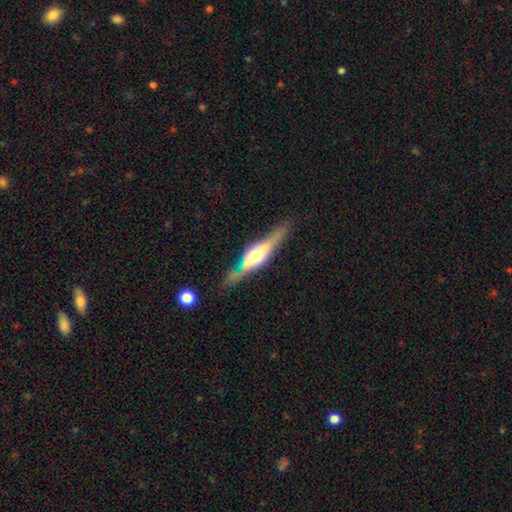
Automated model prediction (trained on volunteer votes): A featured or disk galaxy (77%) viewed edge-on (95%) with a rounded central bulge (84%). Merging: none (77%).